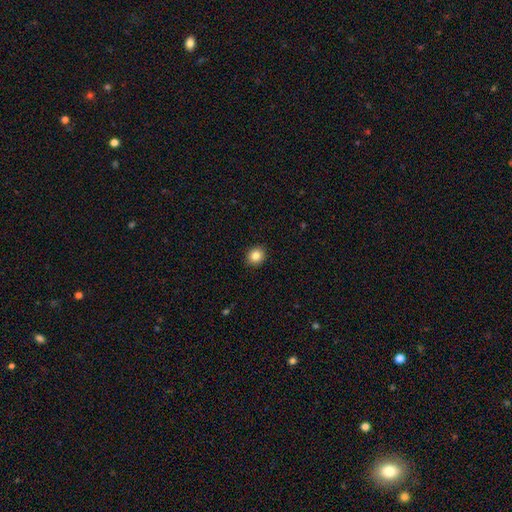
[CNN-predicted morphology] type=smooth (84%); roundness=round (76%); merging=none (92%).